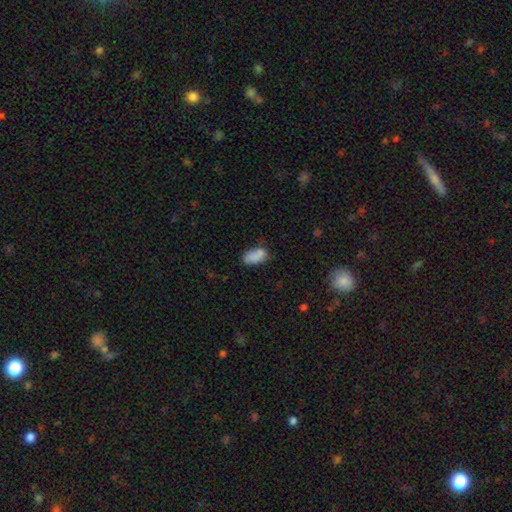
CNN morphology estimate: smooth 84%, star or artifact 9%, featured or disk 7%. Down the decision tree: how rounded — in between (92%); merging — none (61%).